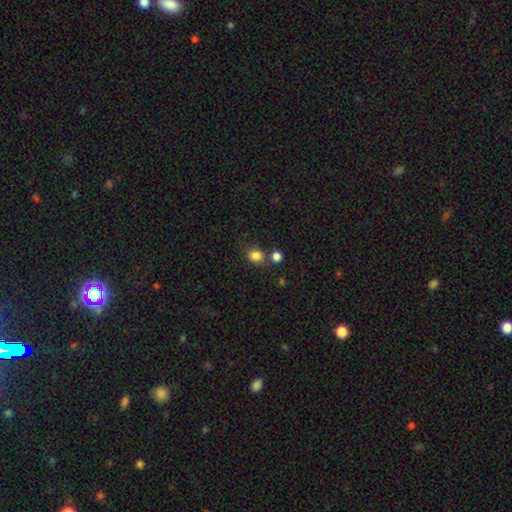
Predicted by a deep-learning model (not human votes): smooth 83%, star or artifact 12%, featured or disk 5%. Down the decision tree: how rounded — round (73%); merging — none (65%).